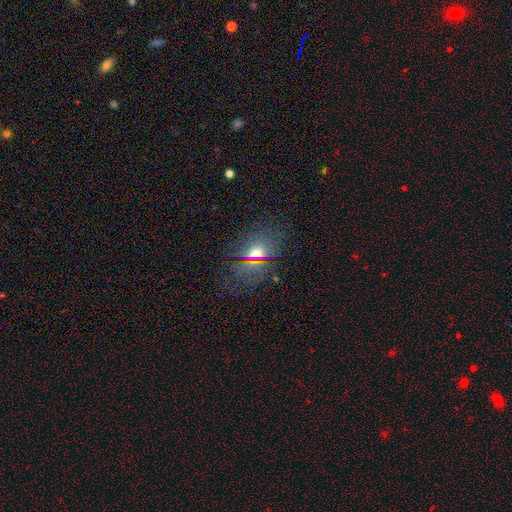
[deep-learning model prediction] The model was most divided on "how rounded": in between: 55%, round: 41%, cigar-shaped: 4%. More confident: merging — none (65%); smooth or featured — smooth (52%).